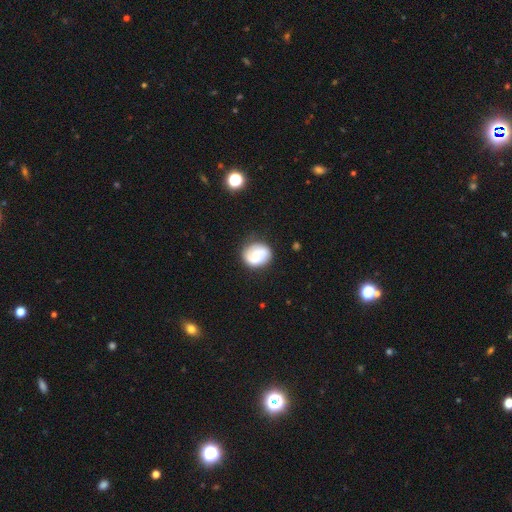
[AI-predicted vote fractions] This is possibly a featured or disk galaxy (47%). Merging: likely none (72%).